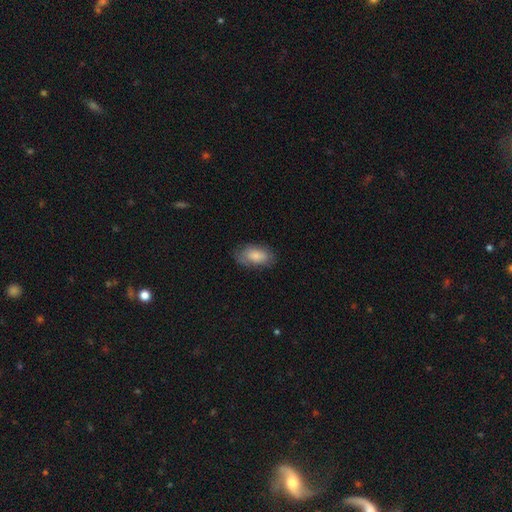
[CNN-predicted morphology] type=smooth (83%); roundness=in between (93%); merging=none (74%).